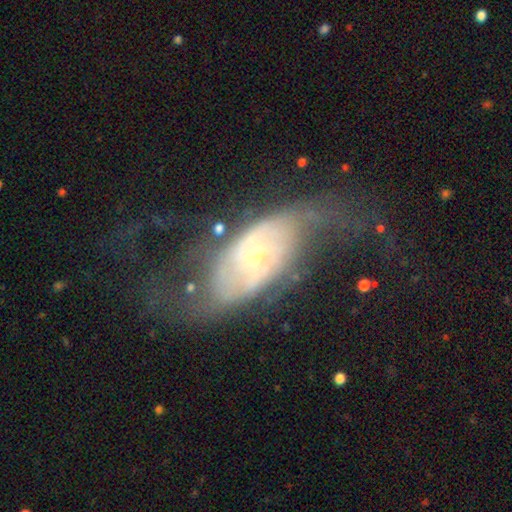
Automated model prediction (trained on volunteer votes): Overall: featured or disk (74%). Edge-on disk: no (90%). Bar: no (60%; weak 29%). Spiral arms: yes (73%). Bulge size: small (48%; moderate 47%). Merging: none (43%; major disturbance 34%).